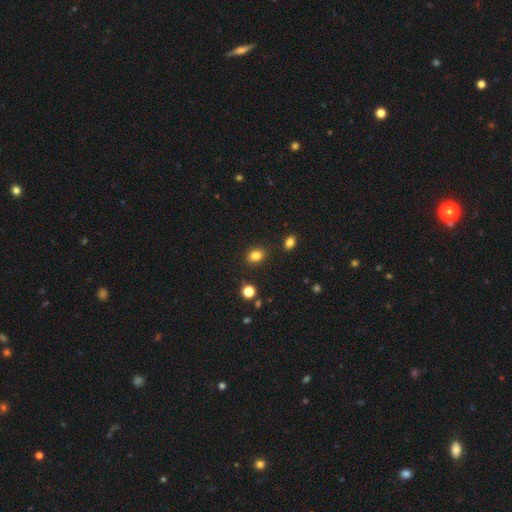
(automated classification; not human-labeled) smooth-or-featured: smooth: 84% | star or artifact: 11% | featured or disk: 5%
  how-rounded: in between: 65% | round: 34% | cigar-shaped: 1%
  merging: none: 86% | minor disturbance: 9% | merger: 3% | major disturbance: 3%